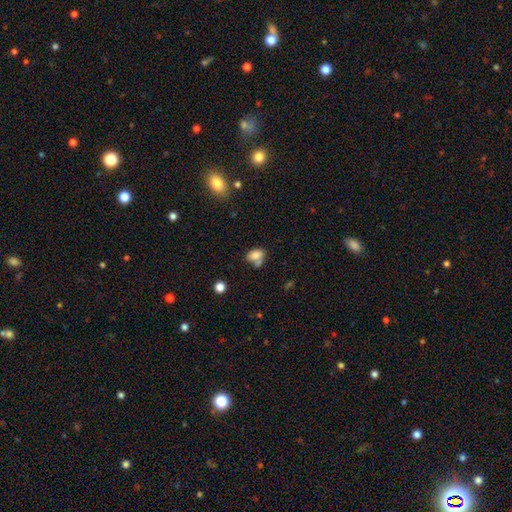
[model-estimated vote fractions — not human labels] Smooth or featured: smooth — 79% (featured or disk — 11%)
How rounded: in between — 79% (round — 20%)
Merging: none — 42% (merger — 31%)